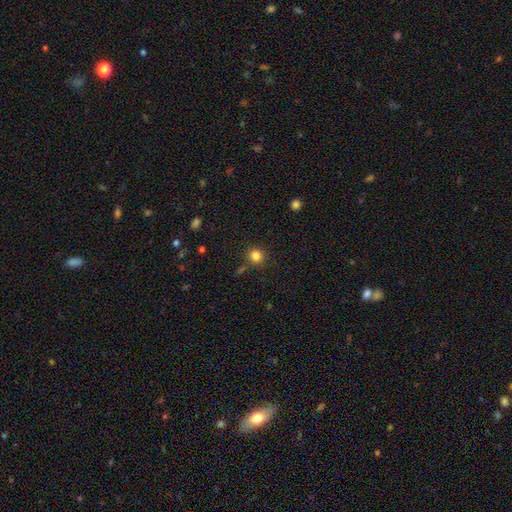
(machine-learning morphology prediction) Smooth or featured? Predicted: smooth (p=0.83). How rounded? Predicted: round (p=0.90). Merging? Predicted: none (p=0.85).